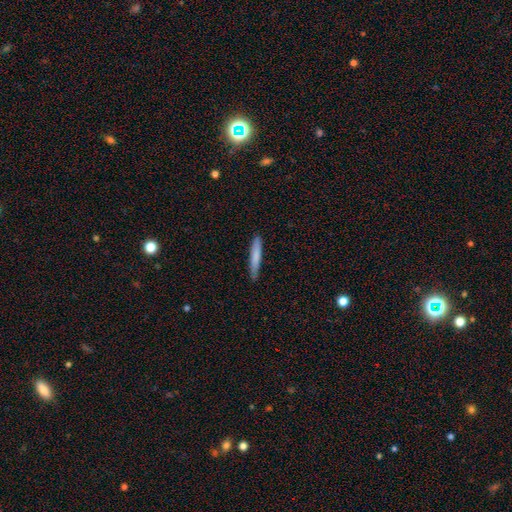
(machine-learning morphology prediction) This appears to be a smooth galaxy with no disk features (79%) that is cigar-shaped (93%). Merging: none (83%).